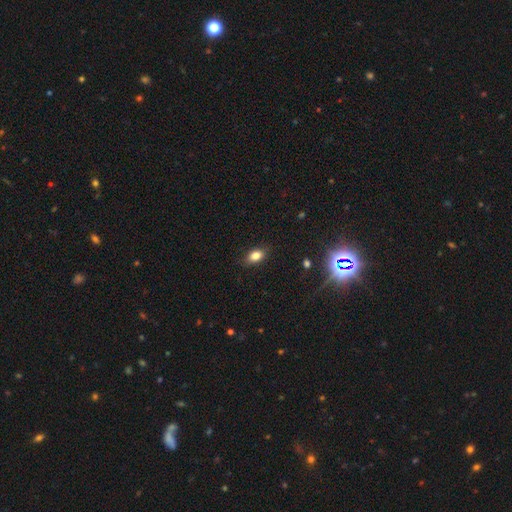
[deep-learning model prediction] A smooth galaxy with no disk features (81%) that is in between round and cigar-shaped (84%).

Vote fractions:
- Smooth or featured? smooth: 81% / star or artifact: 11% / featured or disk: 8%
- How rounded? in between: 84% / round: 12% / cigar-shaped: 4%
- Merging? none: 84% / minor disturbance: 12% / major disturbance: 3% / merger: 1%